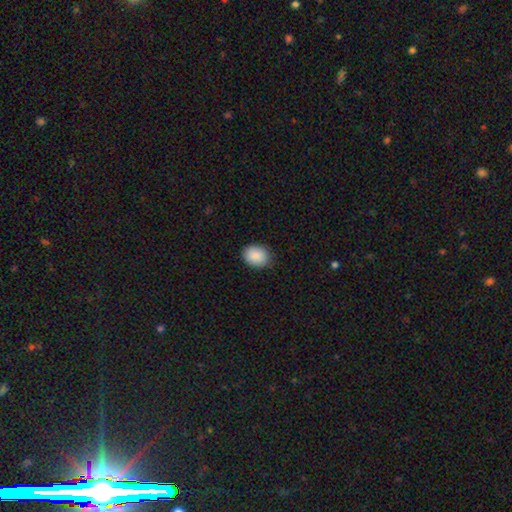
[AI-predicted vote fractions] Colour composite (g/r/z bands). It shows a smooth galaxy with no disk features (89%) that is in between round and cigar-shaped (53%). Merging: none (86%).